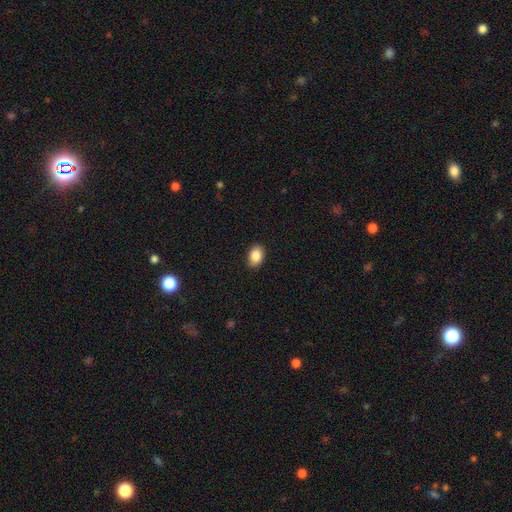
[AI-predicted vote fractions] Smooth or featured: smooth — 87% (star or artifact — 8%)
How rounded: in between — 80% (round — 19%)
Merging: none — 88% (minor disturbance — 9%)